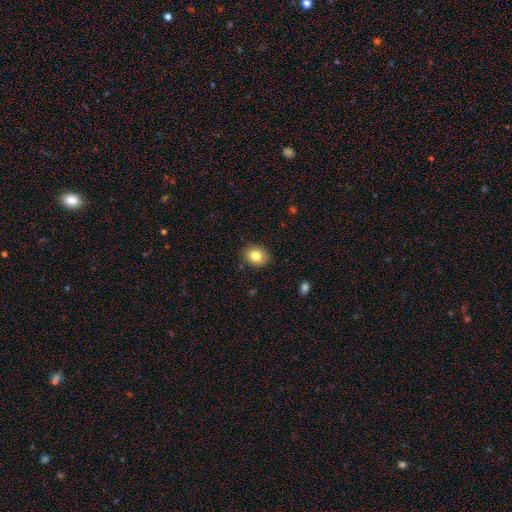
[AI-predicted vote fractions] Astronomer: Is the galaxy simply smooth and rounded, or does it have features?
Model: smooth — 82%.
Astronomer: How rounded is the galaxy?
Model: round — 59% (runner-up: in between, 40%).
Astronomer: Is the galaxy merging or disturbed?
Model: none — 87%.